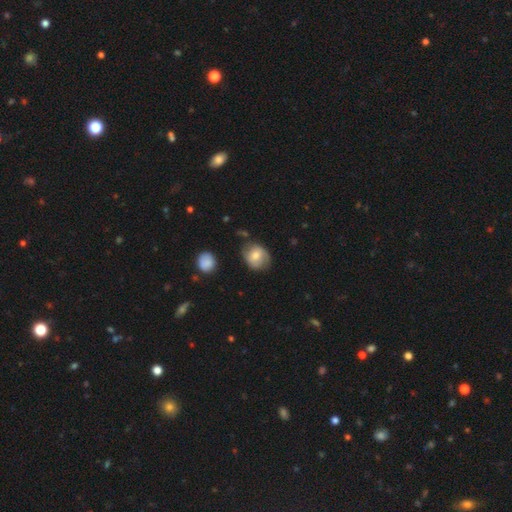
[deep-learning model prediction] The model was most divided on "how rounded": round: 59%, in between: 40%, cigar-shaped: 1%. More confident: smooth or featured — smooth (66%); merging — none (65%).